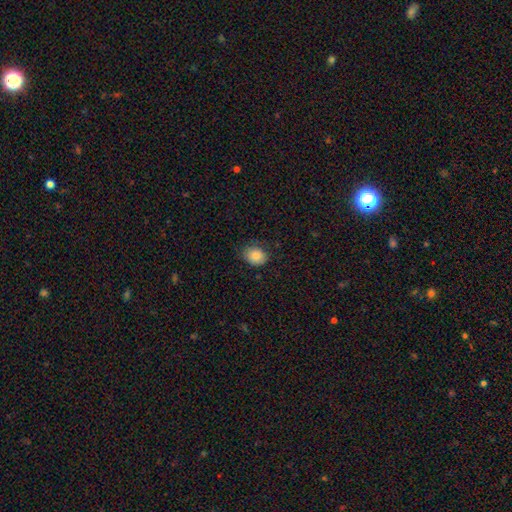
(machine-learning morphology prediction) Smooth or featured?
  - smooth: 86% *
  - star or artifact: 9%
  - featured or disk: 5%
How rounded?
  - round: 55% *
  - in between: 44%
  - cigar-shaped: 1%
Merging?
  - none: 75% *
  - minor disturbance: 19%
  - major disturbance: 4%
  - merger: 1%